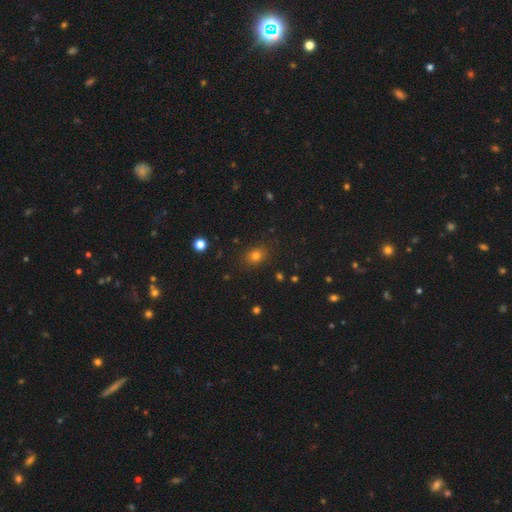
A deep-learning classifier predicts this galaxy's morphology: smooth-or-featured: smooth: 77% | star or artifact: 15% | featured or disk: 8%
  how-rounded: in between: 55% | round: 44% | cigar-shaped: 1%
  merging: none: 84% | minor disturbance: 11% | major disturbance: 3% | merger: 2%